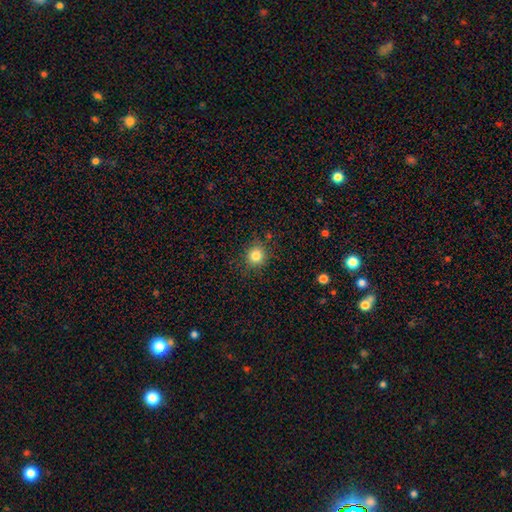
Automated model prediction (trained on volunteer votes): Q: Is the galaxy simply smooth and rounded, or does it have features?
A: smooth — 82%.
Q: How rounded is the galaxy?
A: round — 89%.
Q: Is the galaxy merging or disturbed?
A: none — 87%.